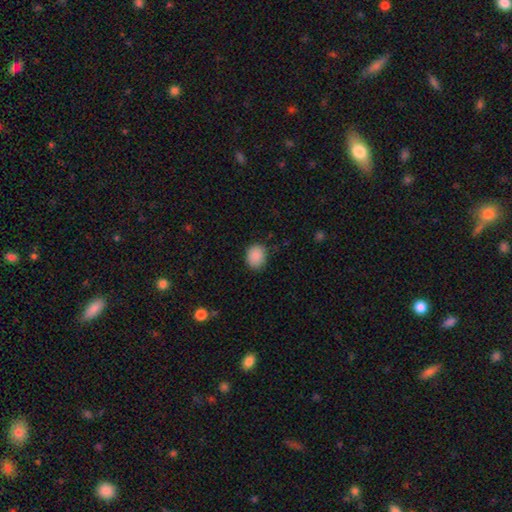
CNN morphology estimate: Overall: smooth (89%). How rounded: round (55%; in between 44%). Merging: none (82%).